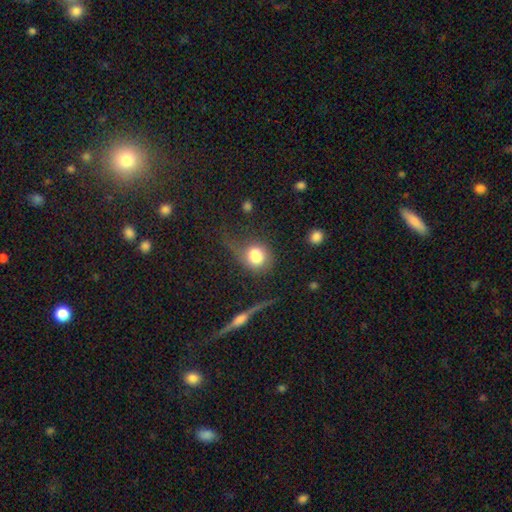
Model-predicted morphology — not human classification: A smooth galaxy with no disk features (76%) that is round (68%).

Vote fractions:
- Smooth or featured? smooth: 76% / featured or disk: 15% / star or artifact: 10%
- How rounded? round: 68% / in between: 30% / cigar-shaped: 2%
- Merging? none: 45% / minor disturbance: 25% / major disturbance: 23% / merger: 7%